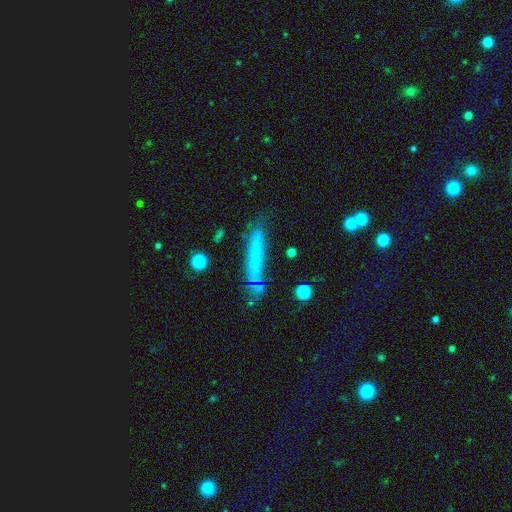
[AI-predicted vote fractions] smooth_or_featured: smooth (p=0.61) [alt: featured or disk p=0.30]
how_rounded: cigar-shaped (p=0.94) [alt: in between p=0.04]
merging: none (p=0.74) [alt: minor disturbance p=0.18]